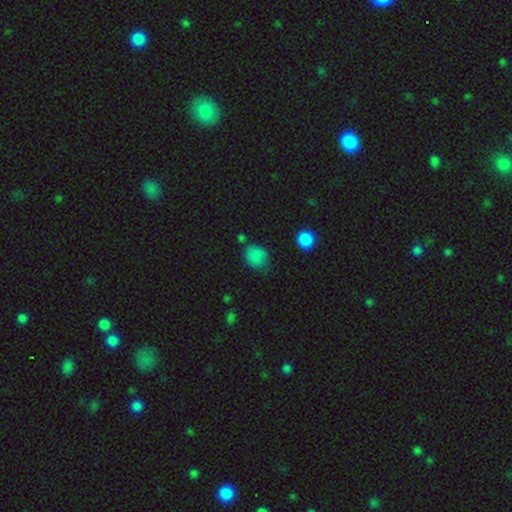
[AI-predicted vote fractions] Q: Smooth or featured?
A: smooth (82%); runner-up: star or artifact (13%)
Q: How rounded?
A: round (68%); runner-up: in between (31%)
Q: Merging?
A: none (62%); runner-up: minor disturbance (26%)